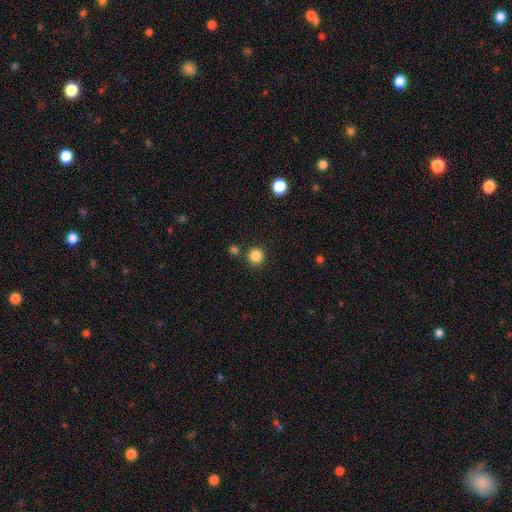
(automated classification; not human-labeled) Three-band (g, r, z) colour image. It shows a smooth galaxy with no disk features (86%) that is round (95%). Merging: none (86%).